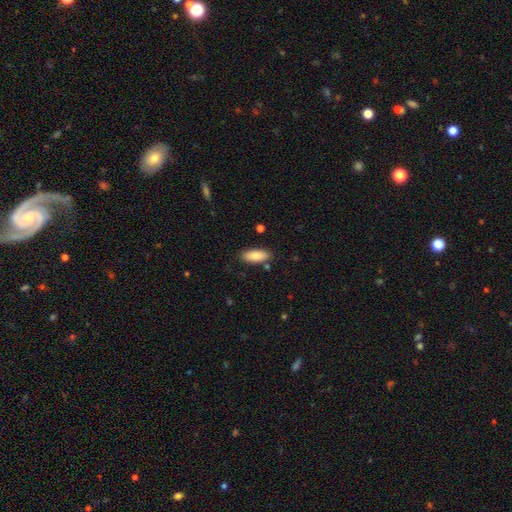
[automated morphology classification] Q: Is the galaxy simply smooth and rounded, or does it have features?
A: smooth — 85%.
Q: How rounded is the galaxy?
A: in between — 80%.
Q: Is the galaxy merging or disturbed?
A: none — 85%.